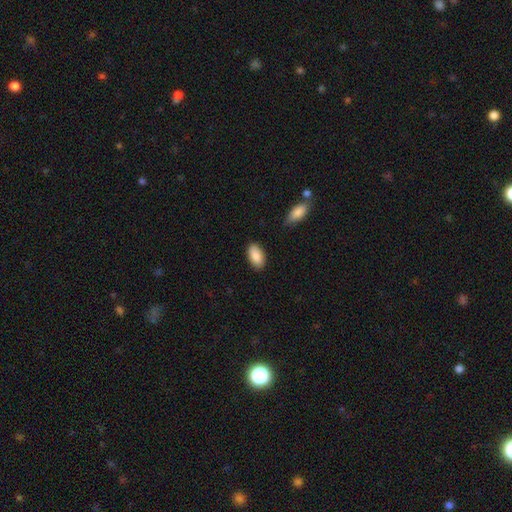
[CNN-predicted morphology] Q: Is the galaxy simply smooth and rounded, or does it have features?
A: smooth — 89%.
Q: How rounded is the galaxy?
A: in between — 94%.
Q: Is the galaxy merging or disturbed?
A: none — 86%.